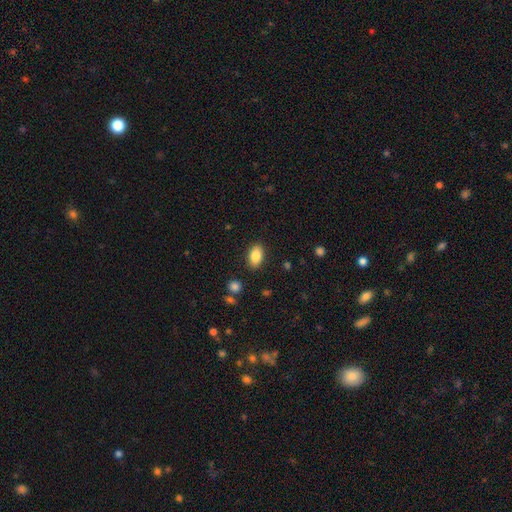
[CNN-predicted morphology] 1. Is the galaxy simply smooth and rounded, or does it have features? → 85% smooth, 8% star or artifact, 7% featured or disk.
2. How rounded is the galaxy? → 90% in between, 7% round, 3% cigar-shaped.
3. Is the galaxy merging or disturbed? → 87% none, 9% minor disturbance, 3% major disturbance, 2% merger.